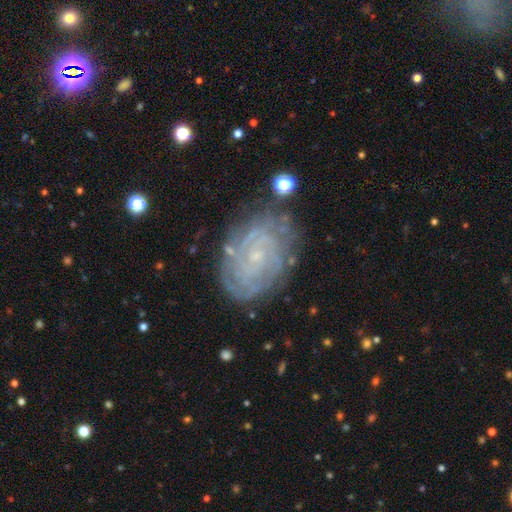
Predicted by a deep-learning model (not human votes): Smooth or featured? Predicted: featured or disk (p=0.83). Edge-on disk? Predicted: no (p=0.97). Bar? Predicted: no (p=0.72). Spiral arms? Predicted: yes (p=0.95). Spiral winding? Predicted: tight (p=0.81). Spiral arm count? Predicted: can't tell (p=0.38). Bulge size? Predicted: small (p=0.84). Merging? Predicted: none (p=0.77).